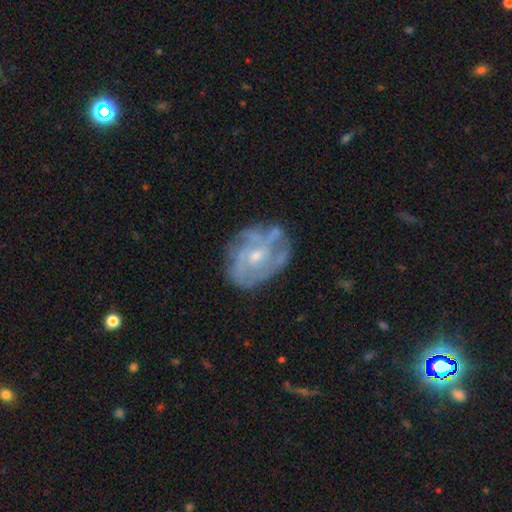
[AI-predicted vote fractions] smooth-or-featured: featured or disk: 80% | smooth: 13% | star or artifact: 7%
  disk-edge-on: no: 97% | yes: 3%
    bar: no: 63% | weak: 32% | strong: 5%
    has-spiral-arms: yes: 80% | no: 20%
      spiral-winding: tight: 44% | medium: 39% | loose: 16%
      spiral-arm-count: can't tell: 39% | 3: 22% | 2: 15% | 4: 14% | more than 4: 5% | 1: 5%
    bulge-size: small: 54% | moderate: 42% | none: 3% | large: 1% | dominant: 1%
  merging: none: 65% | minor disturbance: 22% | major disturbance: 11% | merger: 3%